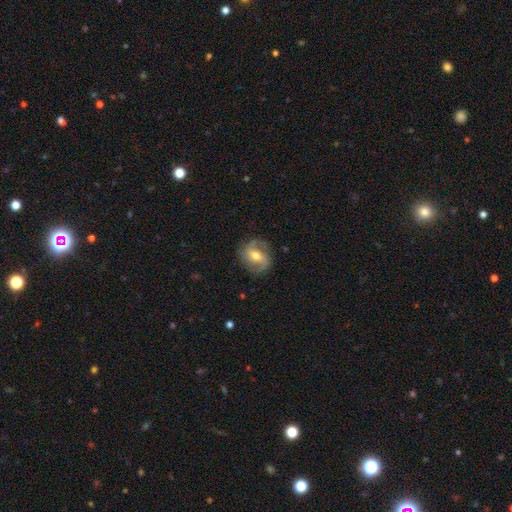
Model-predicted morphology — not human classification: Q: Smooth or featured?
A: featured or disk (81%); runner-up: smooth (13%)
Q: Edge-on disk?
A: no (97%); runner-up: yes (3%)
Q: Bar?
A: weak (44%); runner-up: no (31%)
Q: Spiral arms?
A: yes (94%); runner-up: no (6%)
Q: Spiral winding?
A: medium (49%); runner-up: loose (28%)
Q: Spiral arm count?
A: 2 (82%); runner-up: 3 (7%)
Q: Bulge size?
A: moderate (69%); runner-up: small (23%)
Q: Merging?
A: none (81%); runner-up: minor disturbance (13%)